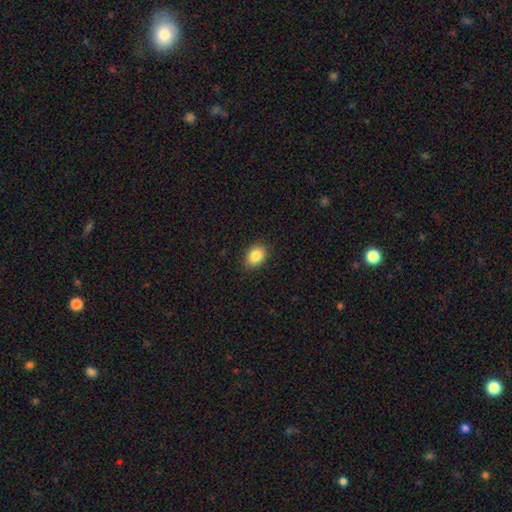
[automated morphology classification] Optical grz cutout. It shows a smooth galaxy with no disk features (86%) that is in between round and cigar-shaped (72%). Merging: none (88%).